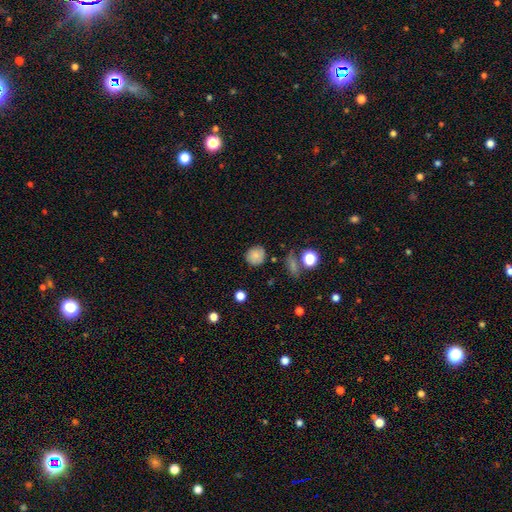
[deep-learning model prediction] Morphology: type=smooth (80%); roundness=round (87%); merging=none (80%).